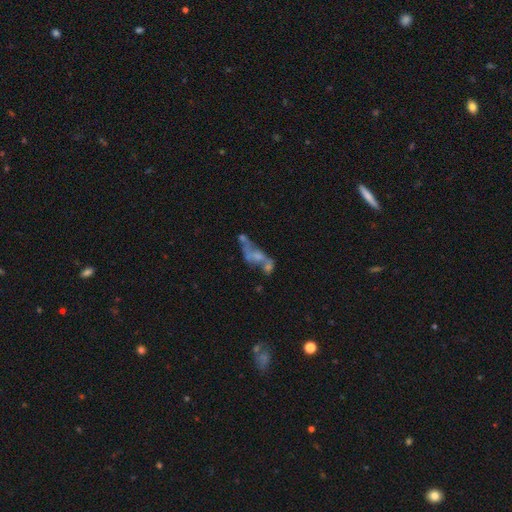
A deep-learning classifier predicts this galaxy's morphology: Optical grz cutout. It shows a featured or disk galaxy (54%). Merging: merger (50%).